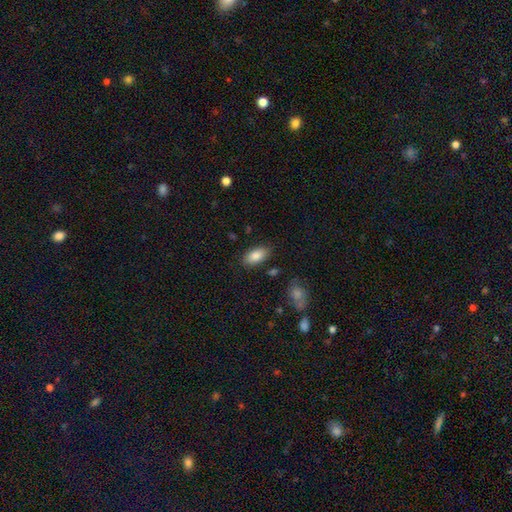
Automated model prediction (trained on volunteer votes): A smooth galaxy with no disk features (85%) that is in between round and cigar-shaped (93%). Merging: none (84%).